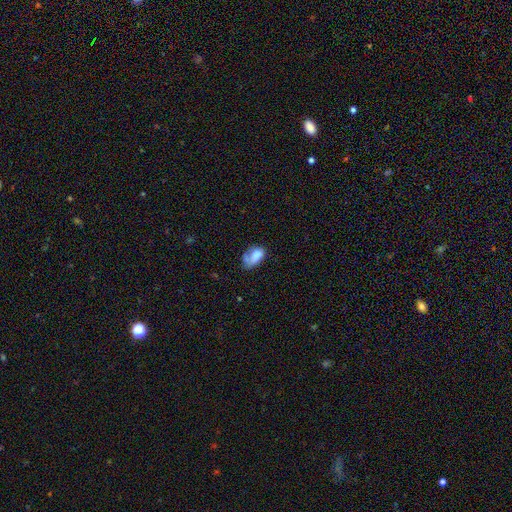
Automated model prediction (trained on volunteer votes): A smooth galaxy with no disk features (71%) that is in between round and cigar-shaped (91%). Merging: none (35%).